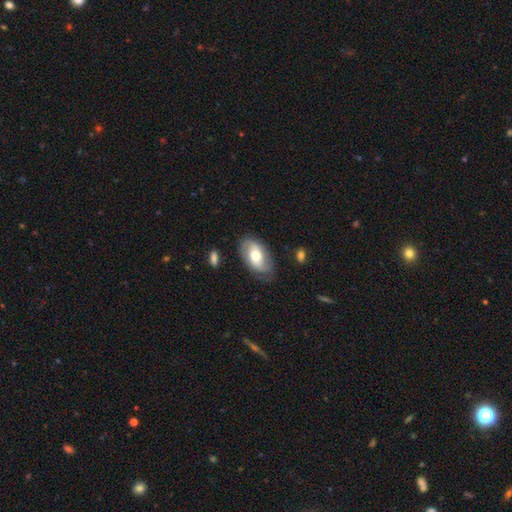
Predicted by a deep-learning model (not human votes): featured or disk 52%, smooth 42%, star or artifact 6%. Down the decision tree: edge-on disk — no (93%); merging — none (72%).